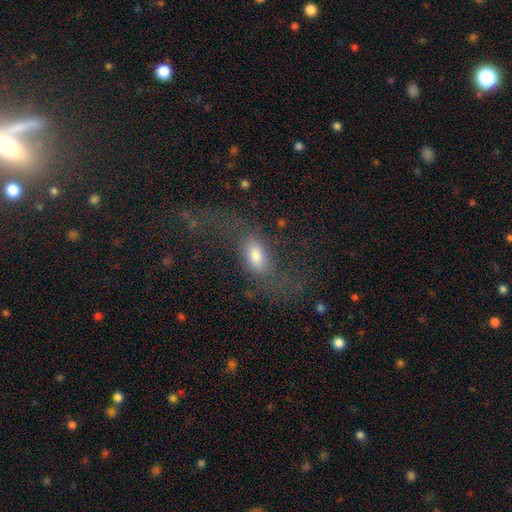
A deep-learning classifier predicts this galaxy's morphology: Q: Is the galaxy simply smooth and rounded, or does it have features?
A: featured or disk — 45%.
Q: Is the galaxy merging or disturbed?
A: none — 45%.